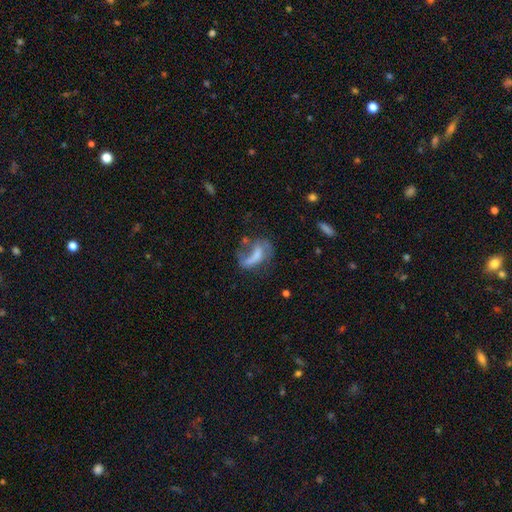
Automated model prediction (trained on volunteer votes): smooth_or_featured: featured or disk (p=0.52) [alt: smooth p=0.37]
disk_edge_on: no (p=0.95) [alt: yes p=0.05]
merging: major disturbance (p=0.41) [alt: none p=0.30]